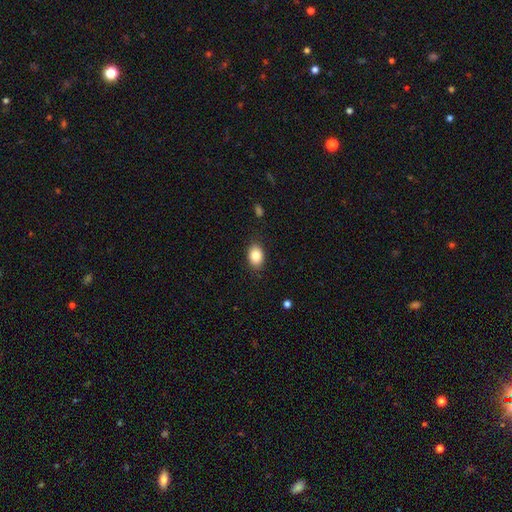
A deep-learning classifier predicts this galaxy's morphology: smooth_or_featured: smooth (p=0.84) [alt: star or artifact p=0.08]
how_rounded: in between (p=0.82) [alt: round p=0.17]
merging: none (p=0.86) [alt: minor disturbance p=0.11]